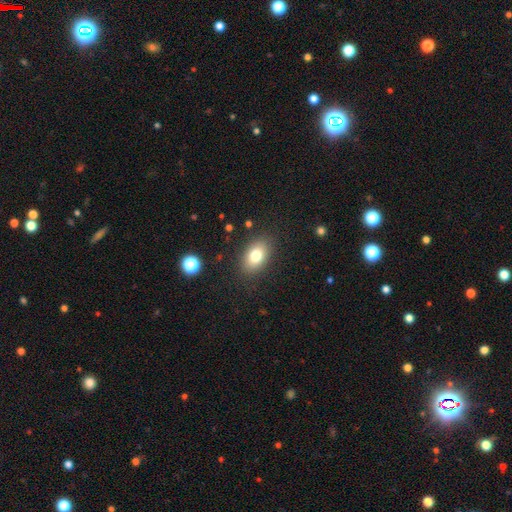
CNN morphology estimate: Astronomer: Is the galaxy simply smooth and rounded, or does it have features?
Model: smooth — 78%.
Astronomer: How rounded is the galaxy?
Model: in between — 85%.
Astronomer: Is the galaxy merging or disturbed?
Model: none — 86%.